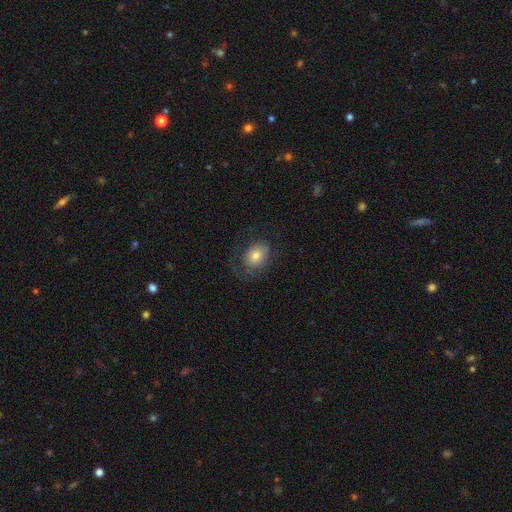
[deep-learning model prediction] Smooth or featured? smooth (70%)
How rounded? in between (65%)
Merging? none (62%)